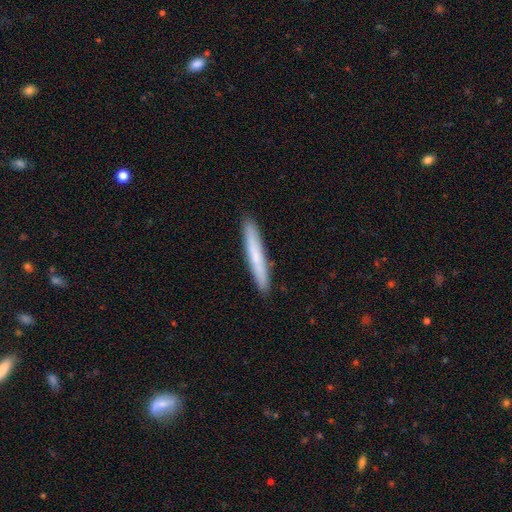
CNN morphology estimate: A smooth galaxy with no disk features (66%) that is cigar-shaped (96%). Merging: none (92%).